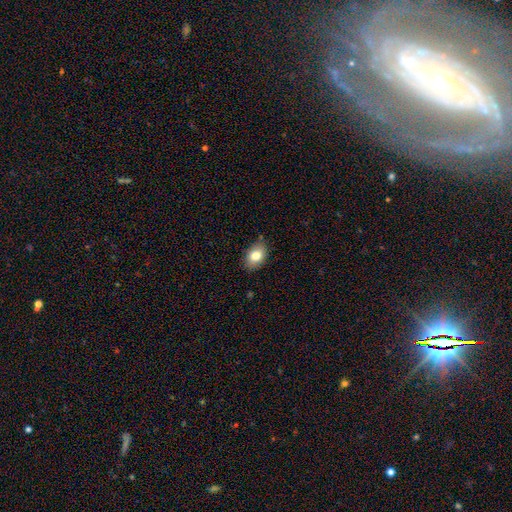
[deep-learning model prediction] smooth-or-featured: smooth: 80% | featured or disk: 11% | star or artifact: 8%
  how-rounded: in between: 82% | round: 17% | cigar-shaped: 1%
  merging: none: 82% | minor disturbance: 14% | major disturbance: 3% | merger: 1%